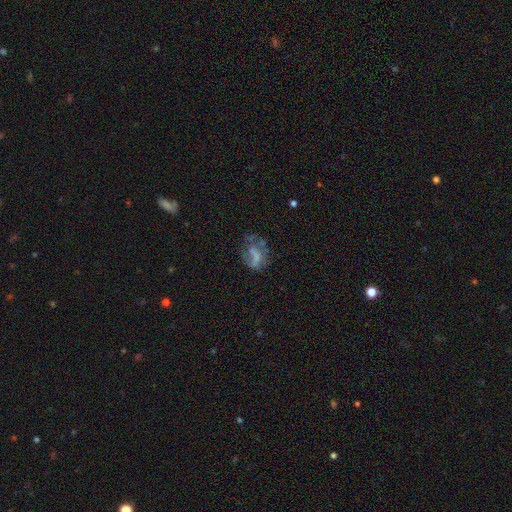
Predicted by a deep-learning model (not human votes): featured or disk 53%, smooth 35%, star or artifact 13%. Down the decision tree: edge-on disk — no (97%); bar — no (55%); spiral arms — yes (50%, tied with no); bulge size — none (62%); merging — none (37%).